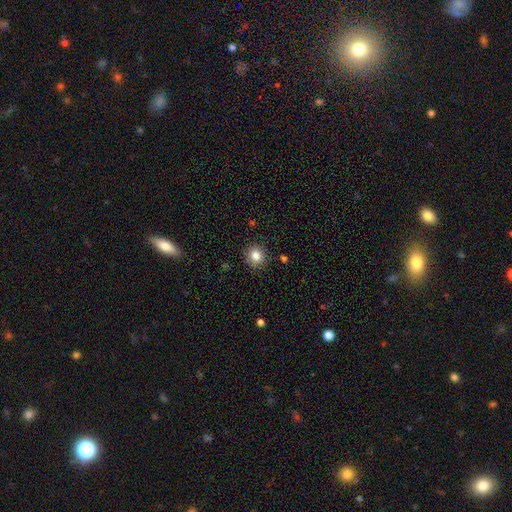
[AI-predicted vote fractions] Smooth or featured? Predicted: smooth (p=0.84). How rounded? Predicted: round (p=0.92). Merging? Predicted: none (p=0.90).